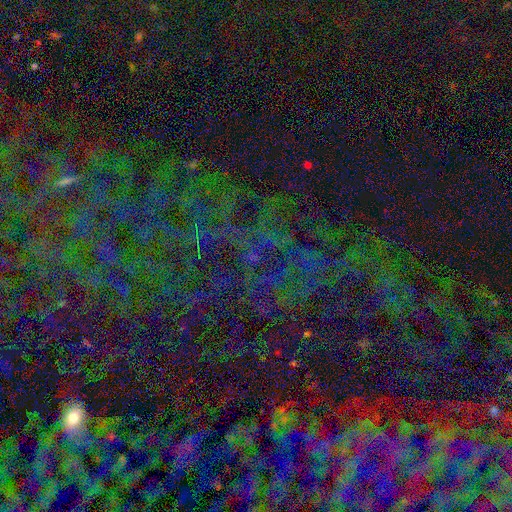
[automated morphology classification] A star or artifact, not a galaxy (79%).

Vote fractions:
- Smooth or featured? star or artifact: 79% / smooth: 11% / featured or disk: 10%